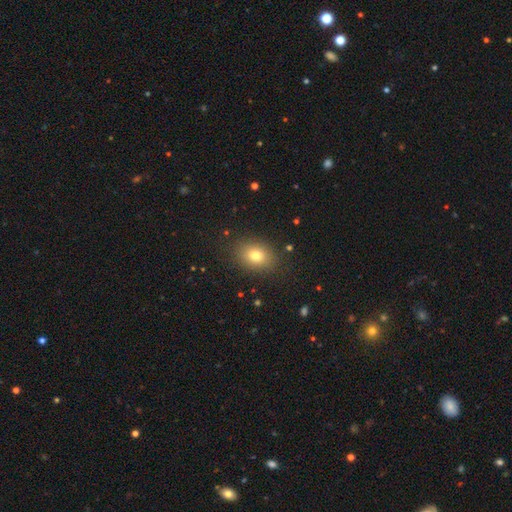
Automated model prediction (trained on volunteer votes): Smooth or featured: smooth — 77% (star or artifact — 12%)
How rounded: in between — 64% (round — 35%)
Merging: none — 86% (minor disturbance — 9%)